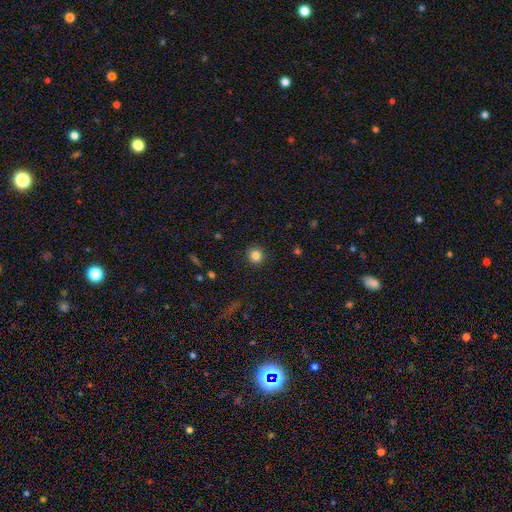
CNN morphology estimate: smooth-or-featured: smooth: 84% | star or artifact: 11% | featured or disk: 5%
  how-rounded: round: 91% | in between: 8% | cigar-shaped: 1%
  merging: none: 91% | minor disturbance: 6% | major disturbance: 2% | merger: 1%